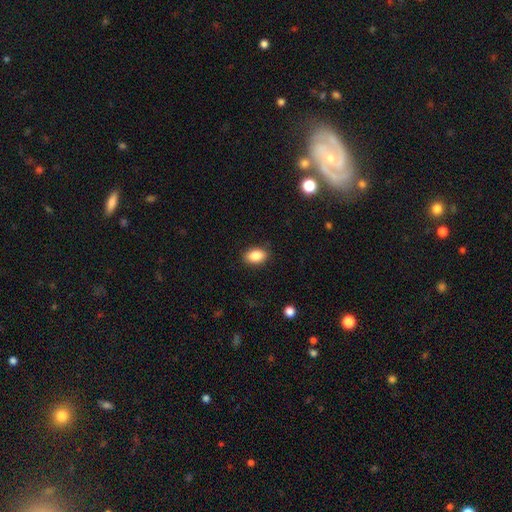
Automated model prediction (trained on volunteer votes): Q: Smooth or featured?
A: smooth (87%); runner-up: star or artifact (8%)
Q: How rounded?
A: in between (87%); runner-up: round (11%)
Q: Merging?
A: none (88%); runner-up: minor disturbance (9%)